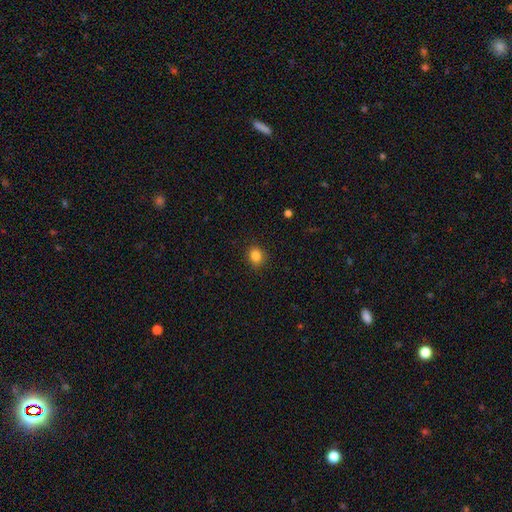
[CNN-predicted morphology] Overall: smooth (85%). How rounded: round (72%). Merging: none (89%).